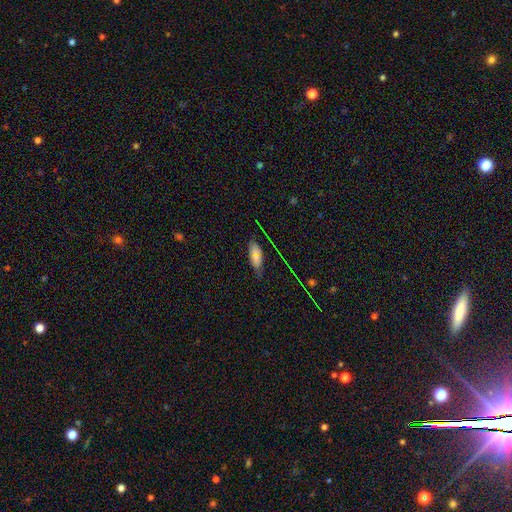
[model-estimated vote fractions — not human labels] Smooth or featured? smooth (69%)
How rounded? in between (81%)
Merging? none (67%)